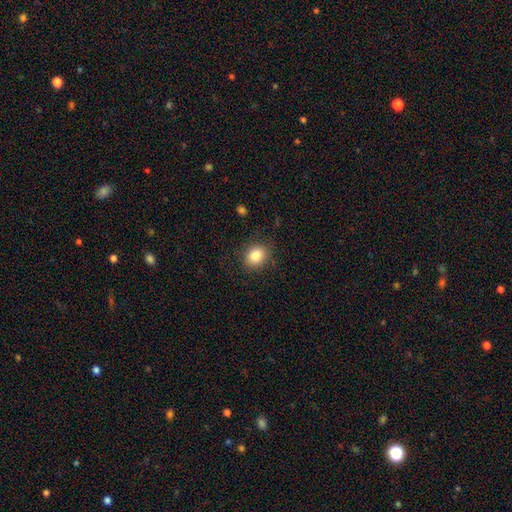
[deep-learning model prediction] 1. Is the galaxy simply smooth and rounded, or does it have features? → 84% smooth, 10% star or artifact, 6% featured or disk.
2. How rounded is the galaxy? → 62% round, 37% in between, 1% cigar-shaped.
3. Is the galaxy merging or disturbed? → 86% none, 10% minor disturbance, 3% major disturbance, 1% merger.